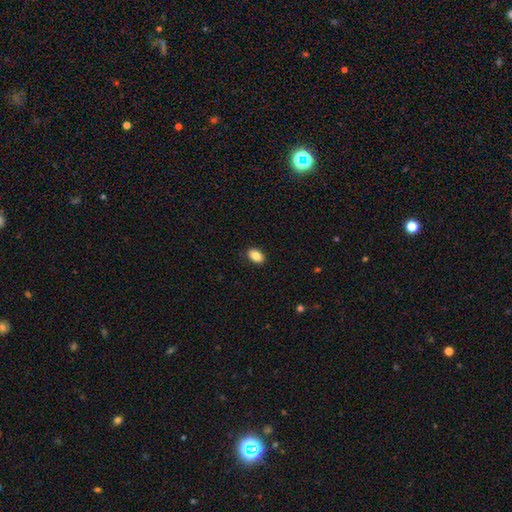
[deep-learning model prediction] smooth_or_featured: smooth (p=0.87) [alt: star or artifact p=0.08]
how_rounded: in between (p=0.89) [alt: round p=0.09]
merging: none (p=0.88) [alt: minor disturbance p=0.09]